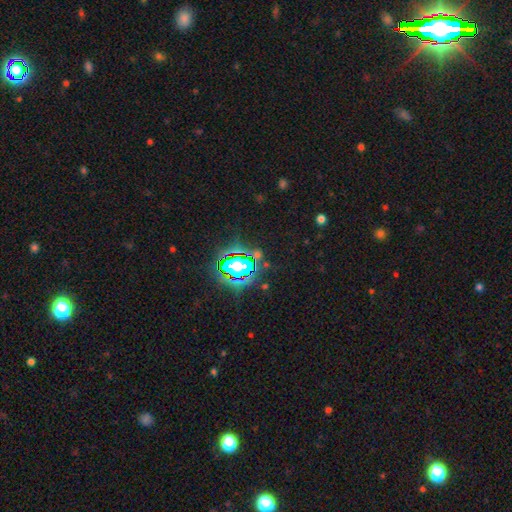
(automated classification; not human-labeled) A star or artifact, not a galaxy (76%).